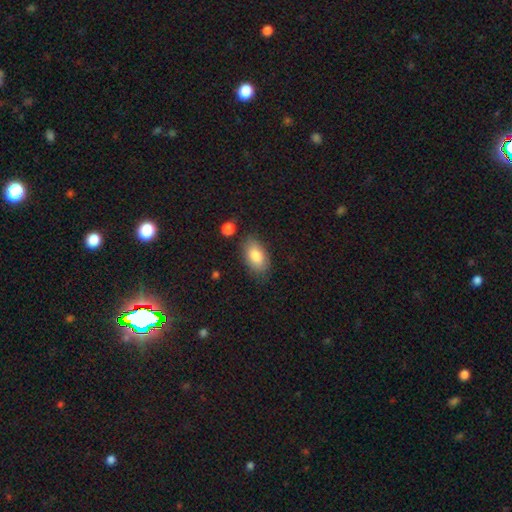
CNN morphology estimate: A smooth galaxy with no disk features (84%) that is in between round and cigar-shaped (93%).

Vote fractions:
- Smooth or featured? smooth: 84% / featured or disk: 9% / star or artifact: 6%
- How rounded? in between: 93% / round: 5% / cigar-shaped: 2%
- Merging? none: 77% / minor disturbance: 16% / major disturbance: 4% / merger: 3%